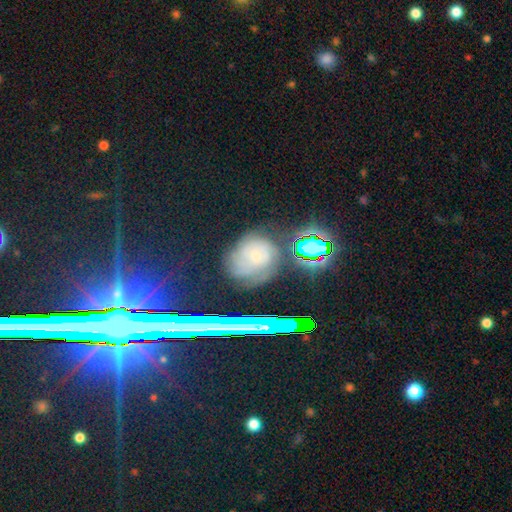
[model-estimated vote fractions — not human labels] Smooth or featured? featured or disk (37%)
Merging? none (68%)